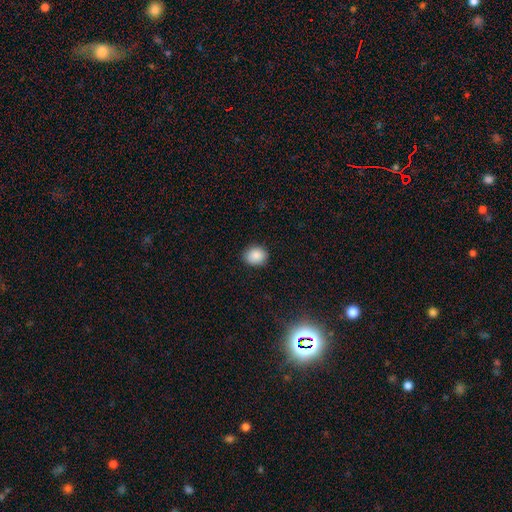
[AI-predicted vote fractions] Smooth or featured: smooth — 88% (star or artifact — 9%)
How rounded: round — 59% (in between — 40%)
Merging: none — 88% (minor disturbance — 9%)